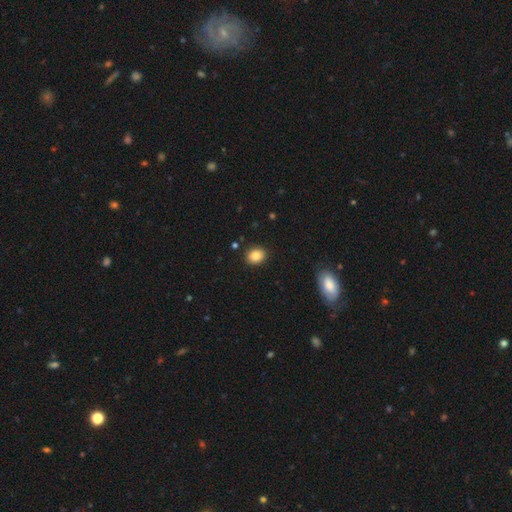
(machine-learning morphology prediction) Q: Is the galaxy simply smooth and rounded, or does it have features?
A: smooth — 87%.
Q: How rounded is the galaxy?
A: round — 57%.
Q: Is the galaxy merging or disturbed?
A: none — 89%.